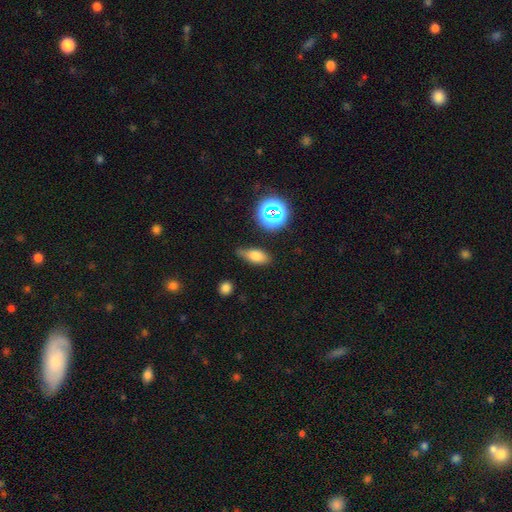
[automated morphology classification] A smooth galaxy with no disk features (73%) that is in between round and cigar-shaped (79%).

Vote fractions:
- Smooth or featured? smooth: 73% / star or artifact: 15% / featured or disk: 12%
- How rounded? in between: 79% / cigar-shaped: 13% / round: 8%
- Merging? none: 64% / minor disturbance: 27% / major disturbance: 6% / merger: 3%